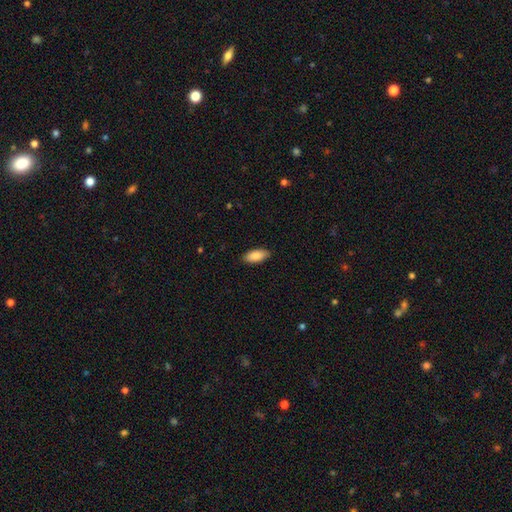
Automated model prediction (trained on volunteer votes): Smooth or featured: smooth — 89% (star or artifact — 6%)
How rounded: in between — 88% (cigar-shaped — 10%)
Merging: none — 87% (minor disturbance — 10%)